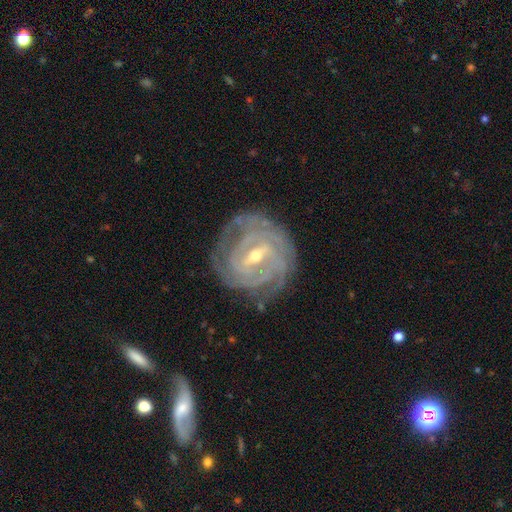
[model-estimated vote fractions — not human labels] A featured or disk galaxy (90%) with a strong bar (47%), tight (79%) spiral arms (97%) and a moderate central bulge (49%).

Vote fractions:
- Smooth or featured? featured or disk: 90% / smooth: 5% / star or artifact: 5%
- Edge-on disk? no: 96% / yes: 4%
- Bar? strong: 47% / weak: 42% / no: 11%
- Spiral arms? yes: 97% / no: 3%
- Spiral winding? tight: 79% / medium: 18% / loose: 3%
- Spiral arm count? can't tell: 25% / 3: 23% / 4: 23% / 2: 15% / more than 4: 7% / 1: 6%
- Bulge size? moderate: 49% / small: 48% / large: 2% / none: 1% / dominant: 1%
- Merging? none: 78% / minor disturbance: 15% / major disturbance: 6% / merger: 1%